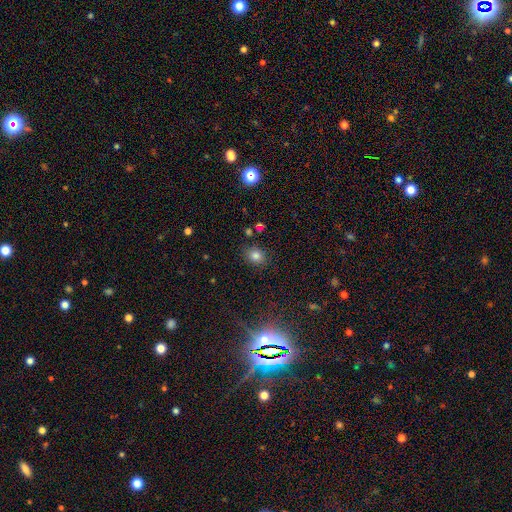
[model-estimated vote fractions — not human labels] Q: Smooth or featured?
A: smooth (79%); runner-up: star or artifact (14%)
Q: How rounded?
A: round (59%); runner-up: in between (40%)
Q: Merging?
A: none (82%); runner-up: minor disturbance (12%)